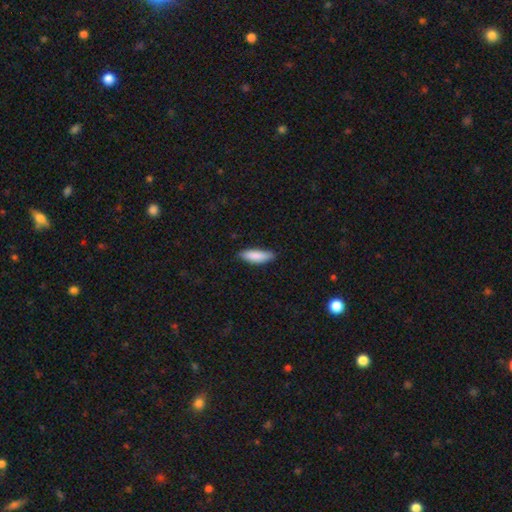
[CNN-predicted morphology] type=smooth (87%); roundness=in between (50%); merging=none (84%).